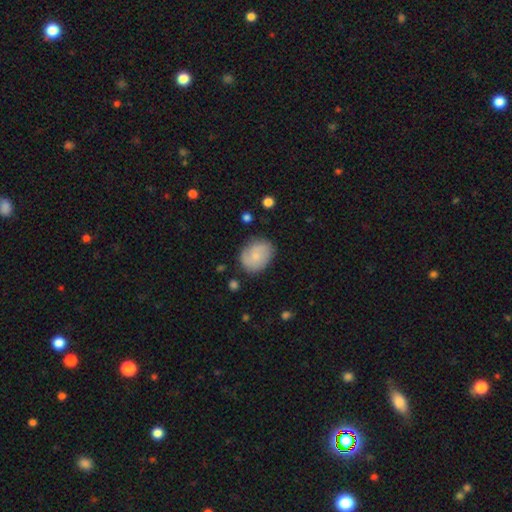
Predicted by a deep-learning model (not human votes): Smooth or featured? smooth (60%)
How rounded? in between (52%)
Merging? none (74%)